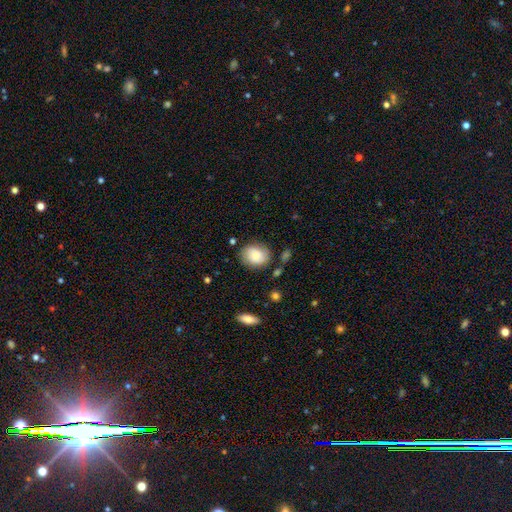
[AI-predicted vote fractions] smooth-or-featured: smooth: 71% | featured or disk: 21% | star or artifact: 8%
  how-rounded: round: 53% | in between: 46% | cigar-shaped: 1%
  merging: none: 74% | minor disturbance: 18% | major disturbance: 5% | merger: 3%